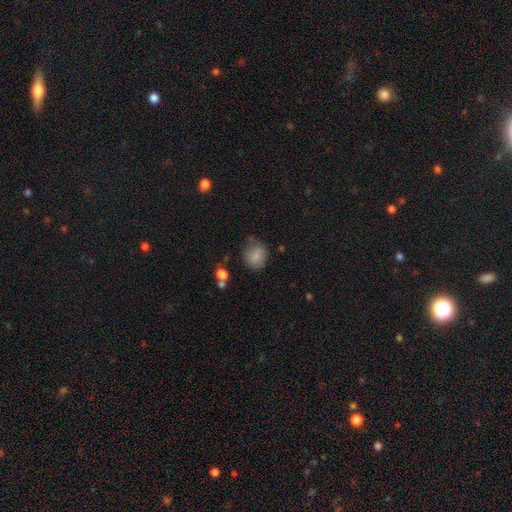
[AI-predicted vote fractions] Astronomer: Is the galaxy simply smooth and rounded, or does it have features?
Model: smooth — 80%.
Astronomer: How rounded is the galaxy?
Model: round — 64%.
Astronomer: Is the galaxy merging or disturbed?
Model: none — 64%.